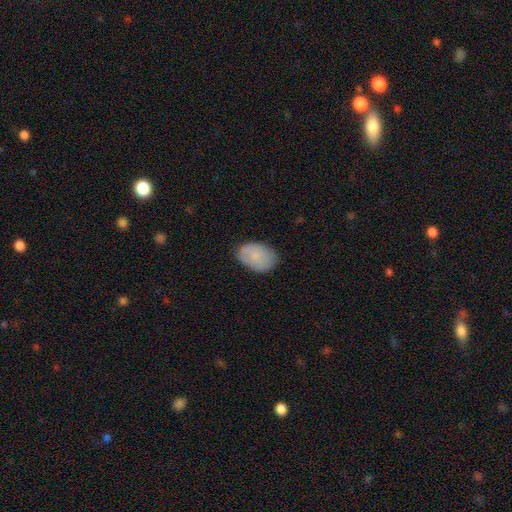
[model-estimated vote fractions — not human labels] Smooth or featured: smooth — 83% (featured or disk — 11%)
How rounded: in between — 87% (round — 12%)
Merging: none — 80% (minor disturbance — 16%)